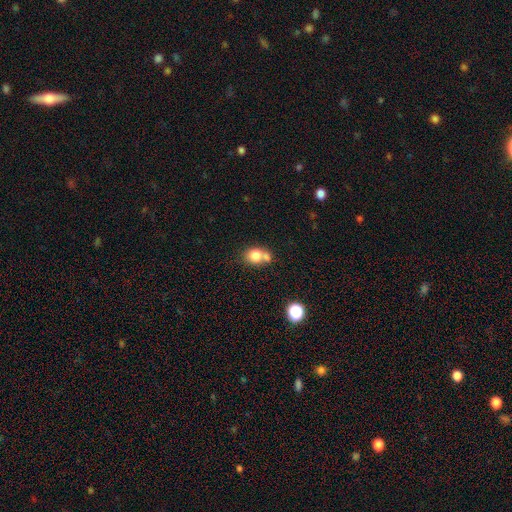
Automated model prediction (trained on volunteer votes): This appears to be a smooth galaxy with no disk features (78%) that is round (65%). Merging: merger (48%).